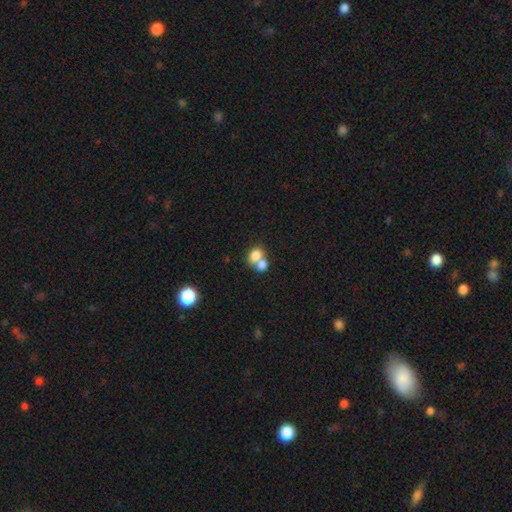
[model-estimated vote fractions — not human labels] Smooth or featured? Predicted: smooth (p=0.78). How rounded? Predicted: in between (p=0.60). Merging? Predicted: merger (p=0.62).